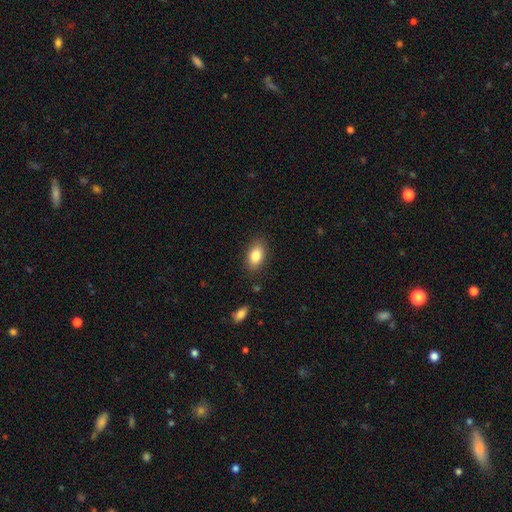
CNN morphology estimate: smooth_or_featured: smooth (p=0.84) [alt: featured or disk p=0.09]
how_rounded: in between (p=0.91) [alt: round p=0.06]
merging: none (p=0.85) [alt: minor disturbance p=0.11]